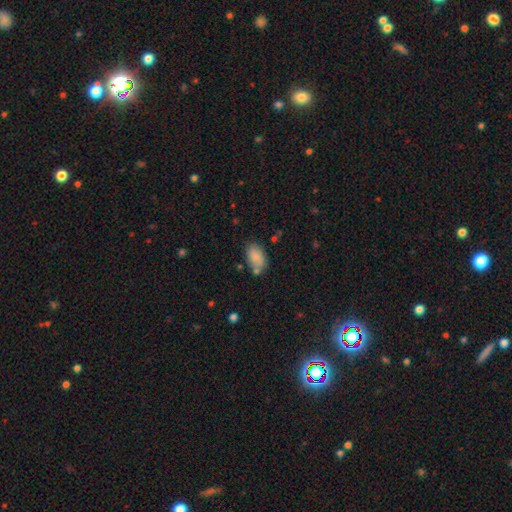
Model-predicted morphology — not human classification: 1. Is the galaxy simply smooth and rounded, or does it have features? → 85% smooth, 8% star or artifact, 7% featured or disk.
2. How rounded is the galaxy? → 92% in between, 7% round, 2% cigar-shaped.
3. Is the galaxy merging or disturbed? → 68% none, 18% minor disturbance, 9% merger, 5% major disturbance.